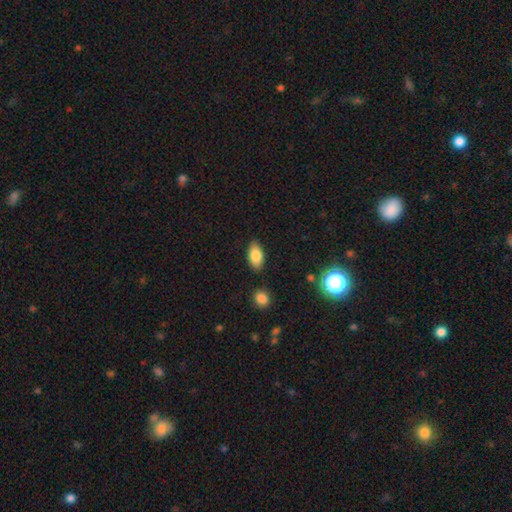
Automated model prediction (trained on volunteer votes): The model was most divided on "smooth or featured": smooth: 83%, featured or disk: 9%, star or artifact: 8%. More confident: how rounded — in between (92%); merging — none (86%).